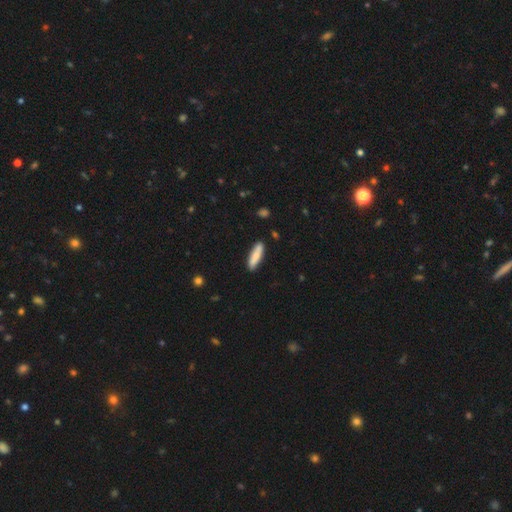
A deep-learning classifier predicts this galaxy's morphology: Smooth or featured?
  - smooth: 80% *
  - featured or disk: 14%
  - star or artifact: 6%
How rounded?
  - cigar-shaped: 73% *
  - in between: 26%
  - round: 2%
Merging?
  - none: 85% *
  - minor disturbance: 11%
  - merger: 2%
  - major disturbance: 2%